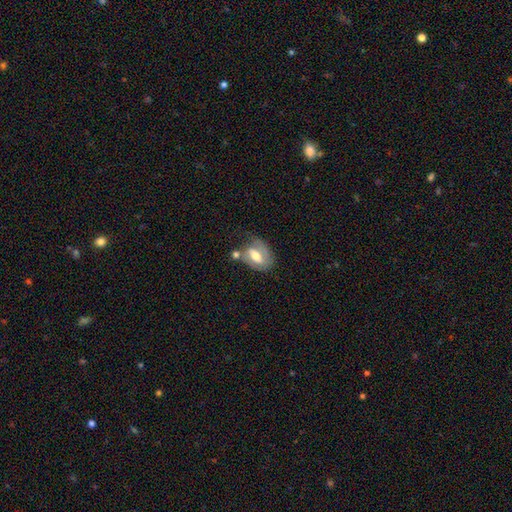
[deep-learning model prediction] Overall: featured or disk (50%; smooth 43%). Edge-on disk: no (93%). Merging: none (44%; minor disturbance 25%).